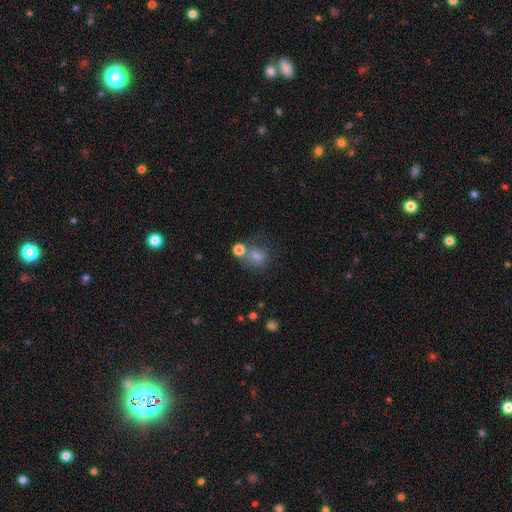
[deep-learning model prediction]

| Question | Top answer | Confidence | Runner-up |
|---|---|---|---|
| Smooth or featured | smooth | 74% | star or artifact (14%) |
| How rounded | round | 54% | in between (45%) |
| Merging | none | 42% | merger (28%) |